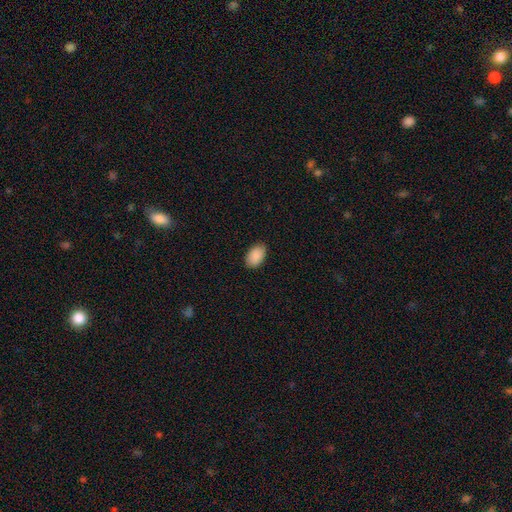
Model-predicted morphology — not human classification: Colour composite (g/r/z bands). It shows a smooth galaxy with no disk features (90%) that is in between round and cigar-shaped (92%). Merging: none (87%).